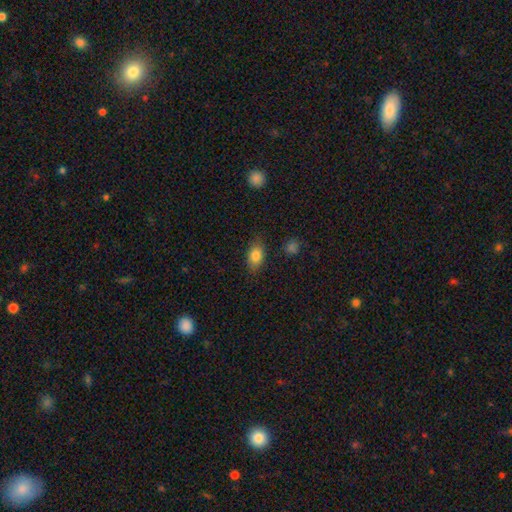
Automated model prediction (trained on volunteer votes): This appears to be a smooth galaxy with no disk features (81%) that is in between round and cigar-shaped (85%). Merging: none (82%).